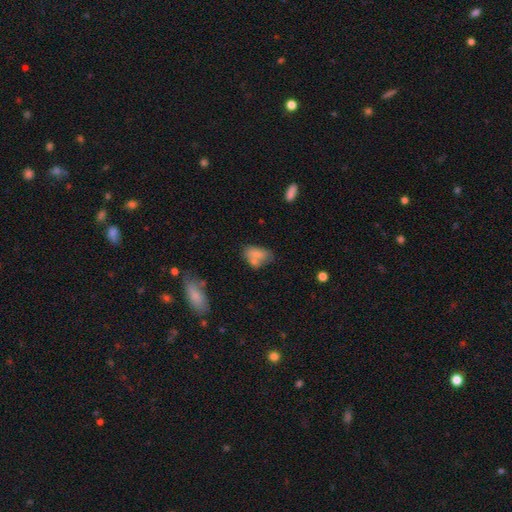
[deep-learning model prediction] smooth-or-featured: smooth: 72% | featured or disk: 19% | star or artifact: 10%
  how-rounded: in between: 87% | round: 9% | cigar-shaped: 3%
  merging: none: 38% | merger: 31% | minor disturbance: 21% | major disturbance: 10%